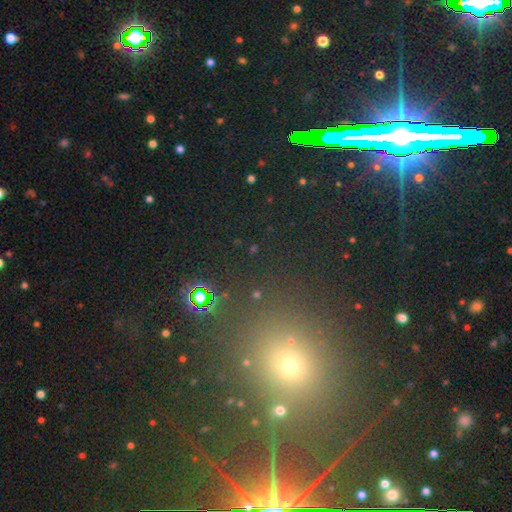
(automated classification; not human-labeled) Morphology: type=star or artifact (66%).